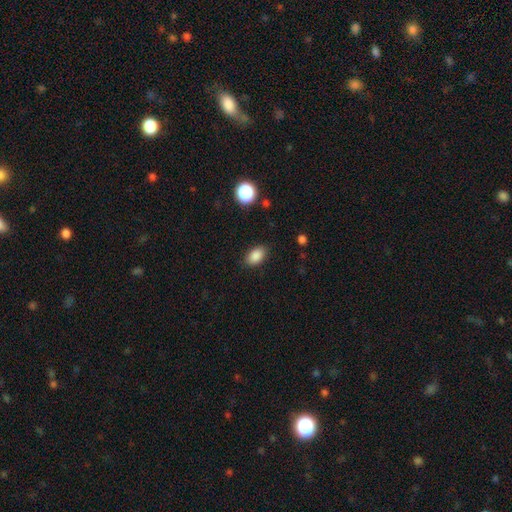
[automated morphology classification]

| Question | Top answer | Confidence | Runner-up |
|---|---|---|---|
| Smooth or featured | smooth | 87% | star or artifact (9%) |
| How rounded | in between | 89% | round (10%) |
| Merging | none | 85% | minor disturbance (11%) |